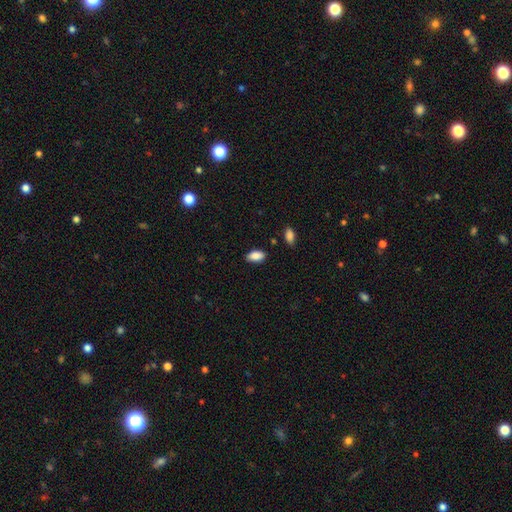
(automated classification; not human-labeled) A smooth galaxy with no disk features (88%) that is in between round and cigar-shaped (93%).

Vote fractions:
- Smooth or featured? smooth: 88% / star or artifact: 7% / featured or disk: 5%
- How rounded? in between: 93% / round: 4% / cigar-shaped: 3%
- Merging? none: 85% / minor disturbance: 11% / major disturbance: 2% / merger: 2%